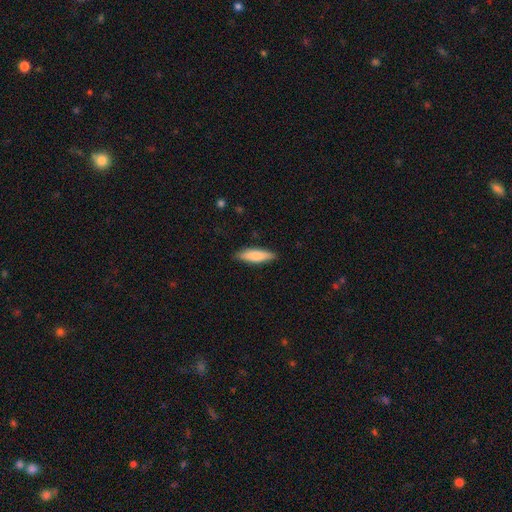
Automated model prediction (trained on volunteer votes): Morphology: type=smooth (78%); roundness=cigar-shaped (60%); merging=none (87%).